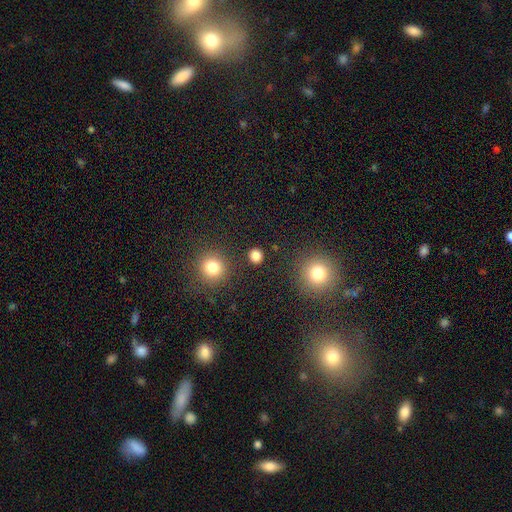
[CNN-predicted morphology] smooth 82%, star or artifact 15%, featured or disk 4%. Down the decision tree: how rounded — round (87%); merging — none (89%).